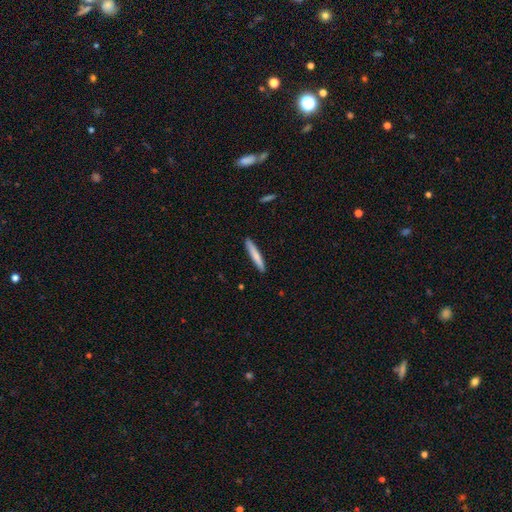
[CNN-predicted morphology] This is likely a smooth galaxy (74%). How rounded: clearly cigar-shaped (95%). Merging: clearly none (91%).